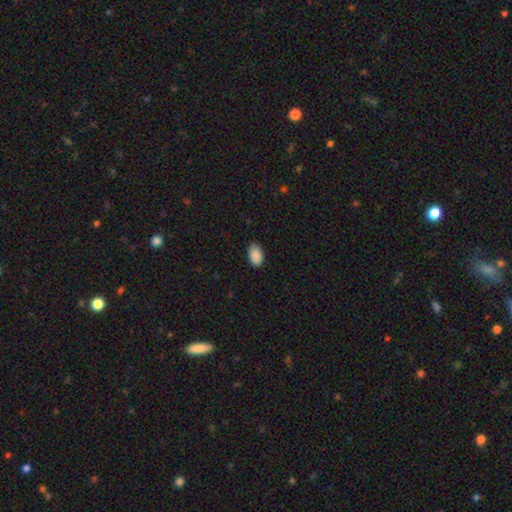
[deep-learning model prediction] smooth_or_featured: smooth (p=0.90) [alt: star or artifact p=0.07]
how_rounded: in between (p=0.92) [alt: round p=0.06]
merging: none (p=0.84) [alt: minor disturbance p=0.13]